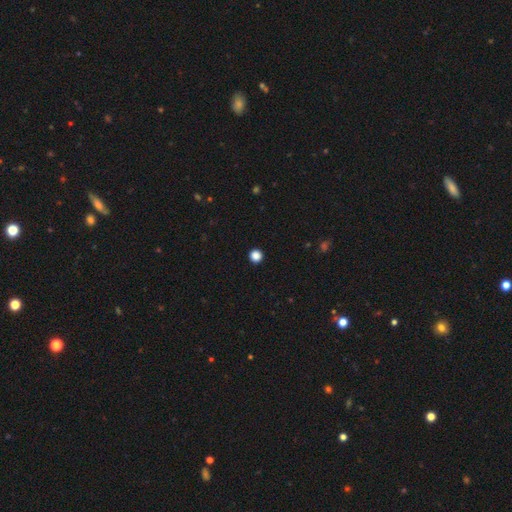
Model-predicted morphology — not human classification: The model was most divided on "smooth or featured": smooth: 86%, star or artifact: 12%, featured or disk: 2%. More confident: how rounded — round (95%); merging — none (94%).